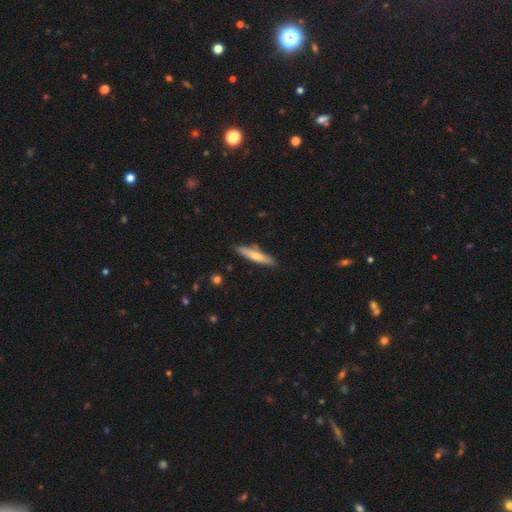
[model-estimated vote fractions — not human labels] The model was most divided on "smooth or featured": smooth: 63%, featured or disk: 31%, star or artifact: 5%. More confident: how rounded — cigar-shaped (86%); merging — none (82%).